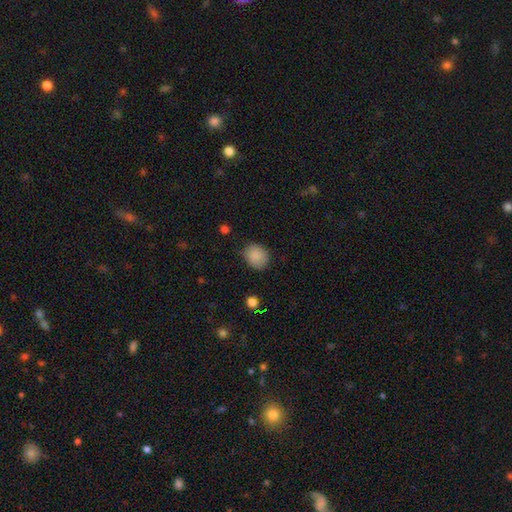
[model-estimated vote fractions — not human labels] smooth-or-featured: smooth: 87% | star or artifact: 9% | featured or disk: 4%
  how-rounded: round: 66% | in between: 34% | cigar-shaped: 1%
  merging: none: 76% | minor disturbance: 19% | major disturbance: 4% | merger: 1%